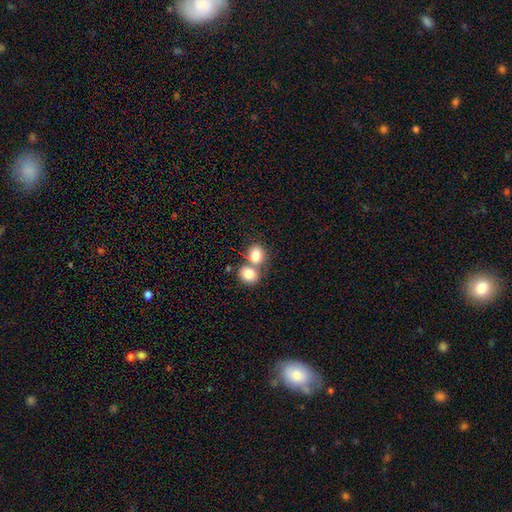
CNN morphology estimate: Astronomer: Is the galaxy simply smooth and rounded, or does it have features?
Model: smooth — 81%.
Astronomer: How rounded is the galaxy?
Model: round — 63%.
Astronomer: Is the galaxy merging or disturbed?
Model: merger — 54% (runner-up: none, 36%).